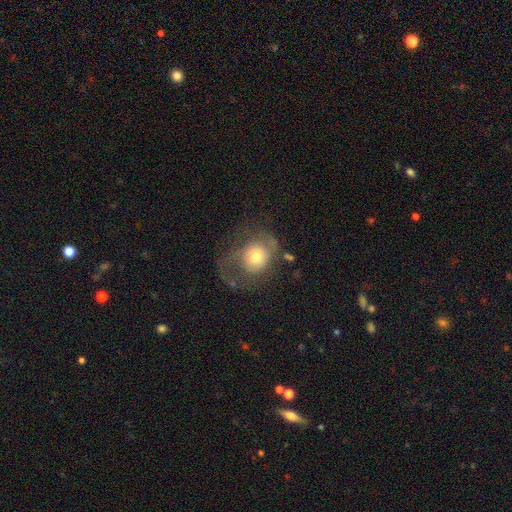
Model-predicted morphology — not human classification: This is possibly a smooth galaxy (52%). How rounded: likely round (64%). Merging: marginally major disturbance (44%).